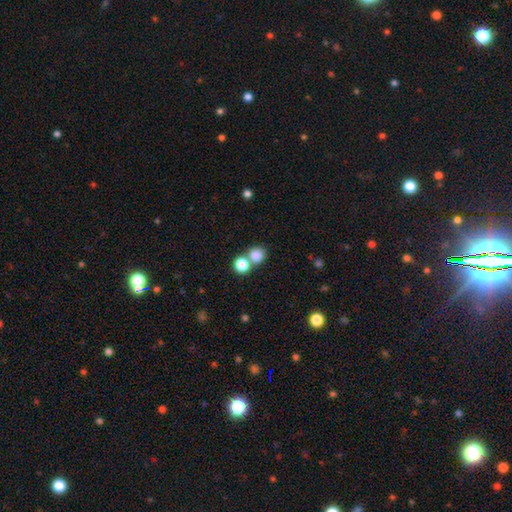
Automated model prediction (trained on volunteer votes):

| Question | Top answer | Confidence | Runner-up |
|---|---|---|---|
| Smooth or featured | smooth | 82% | star or artifact (11%) |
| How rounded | round | 81% | in between (18%) |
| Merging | none | 50% | merger (41%) |